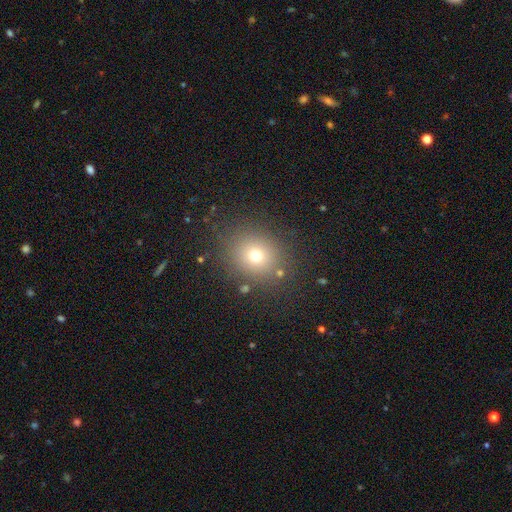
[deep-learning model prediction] This is likely a smooth galaxy (70%). How rounded: likely round (73%). Merging: clearly none (84%).